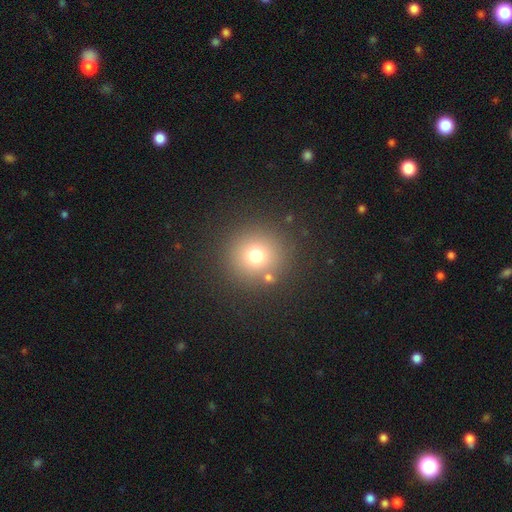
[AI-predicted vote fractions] Smooth or featured? Predicted: smooth (p=0.71). How rounded? Predicted: round (p=0.94). Merging? Predicted: none (p=0.84).